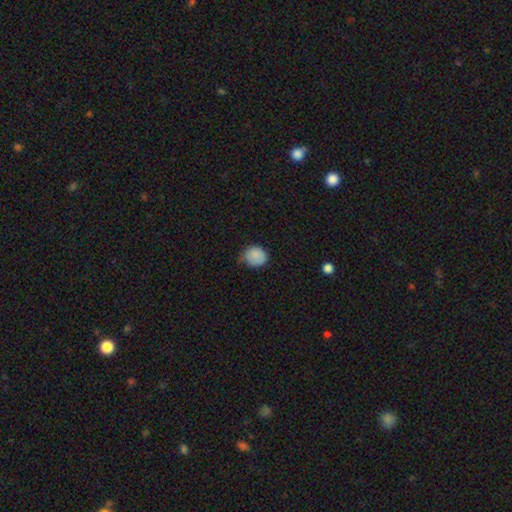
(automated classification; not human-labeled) A smooth galaxy with no disk features (86%) that is round (74%).

Vote fractions:
- Smooth or featured? smooth: 86% / star or artifact: 8% / featured or disk: 6%
- How rounded? round: 74% / in between: 25% / cigar-shaped: 1%
- Merging? none: 54% / minor disturbance: 37% / major disturbance: 7% / merger: 2%